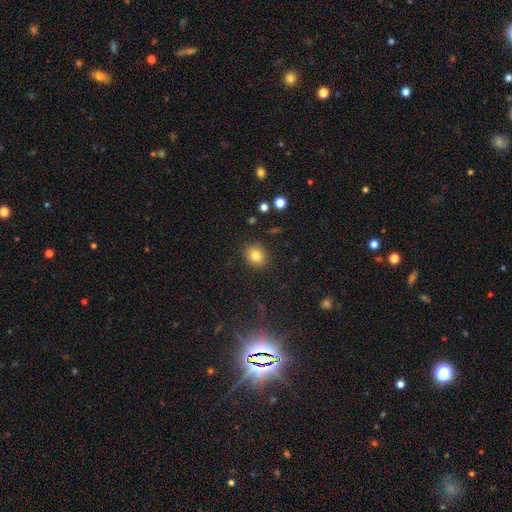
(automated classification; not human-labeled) Morphology: type=smooth (81%); roundness=round (75%); merging=none (88%).